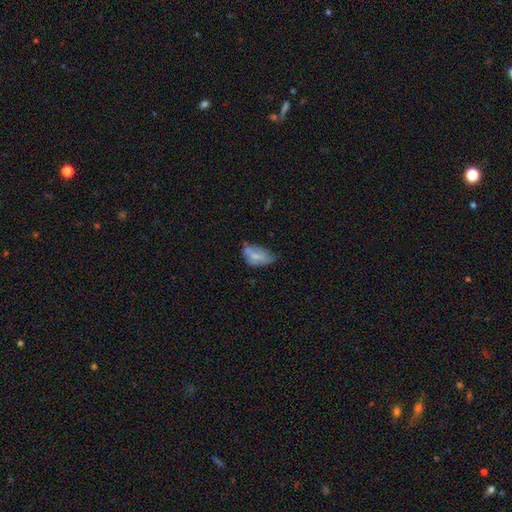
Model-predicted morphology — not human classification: Smooth or featured? Predicted: smooth (p=0.66). How rounded? Predicted: in between (p=0.91). Merging? Predicted: minor disturbance (p=0.40).